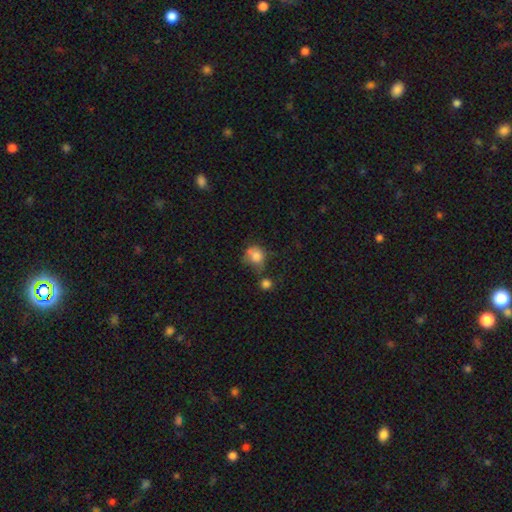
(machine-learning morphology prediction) Overall: smooth (77%). How rounded: round (58%; in between 41%). Merging: none (36%; minor disturbance 25%).